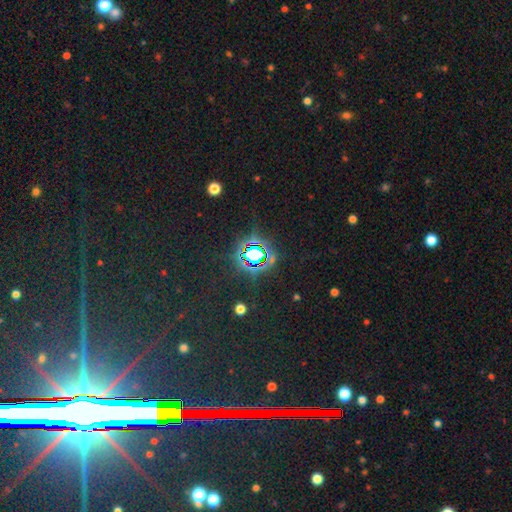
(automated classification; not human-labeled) Smooth or featured?
  - star or artifact: 76% *
  - smooth: 14%
  - featured or disk: 10%